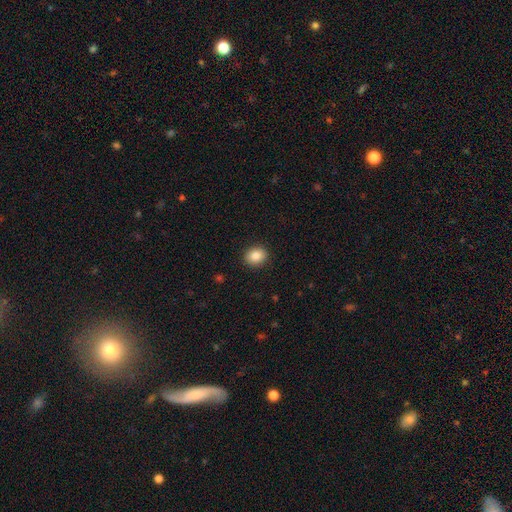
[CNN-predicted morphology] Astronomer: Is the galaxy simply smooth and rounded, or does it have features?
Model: smooth — 86%.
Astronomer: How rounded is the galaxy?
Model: round — 57% (runner-up: in between, 42%).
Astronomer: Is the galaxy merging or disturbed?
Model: none — 91%.